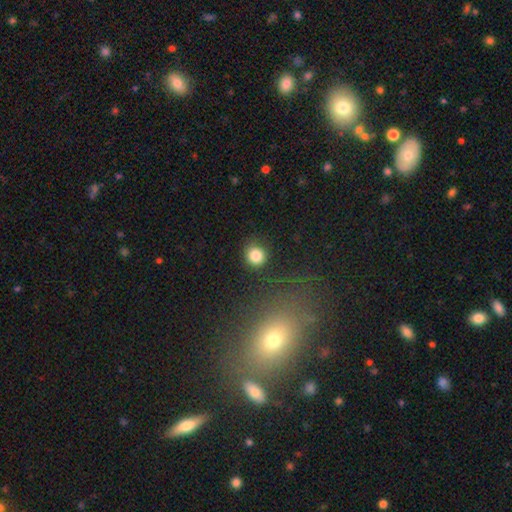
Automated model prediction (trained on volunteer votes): The model was most divided on "smooth or featured": smooth: 83%, star or artifact: 12%, featured or disk: 5%. More confident: how rounded — round (89%); merging — none (85%).